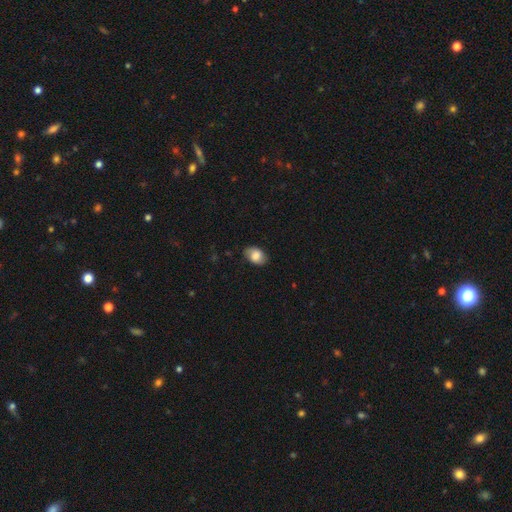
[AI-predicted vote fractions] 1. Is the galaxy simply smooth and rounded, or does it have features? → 80% smooth, 13% featured or disk, 7% star or artifact.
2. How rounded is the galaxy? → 83% in between, 16% round, 1% cigar-shaped.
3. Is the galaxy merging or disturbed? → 81% none, 15% minor disturbance, 3% major disturbance, 1% merger.